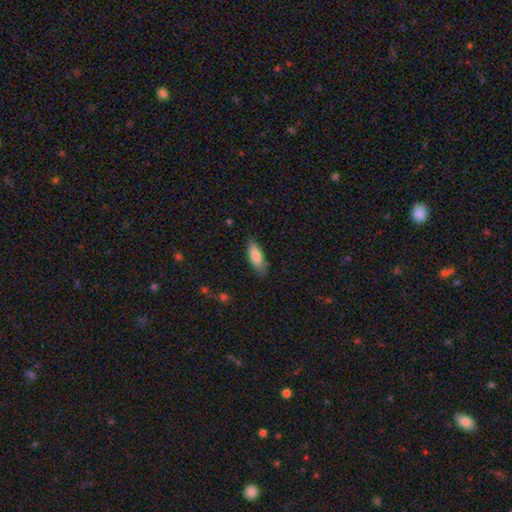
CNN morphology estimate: Smooth or featured? smooth (80%)
How rounded? in between (67%)
Merging? none (75%)